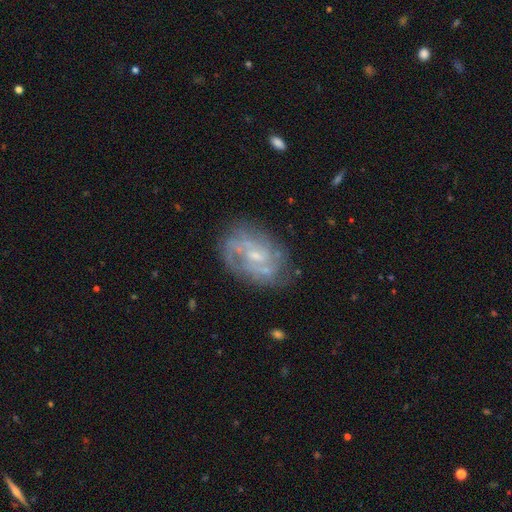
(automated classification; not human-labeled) featured or disk 76%, smooth 16%, star or artifact 8%. Down the decision tree: edge-on disk — no (97%); bar — weak (47%); spiral arms — yes (80%); spiral arm count — can't tell (40%); spiral winding — tight (44%); bulge size — small (61%); merging — none (67%).